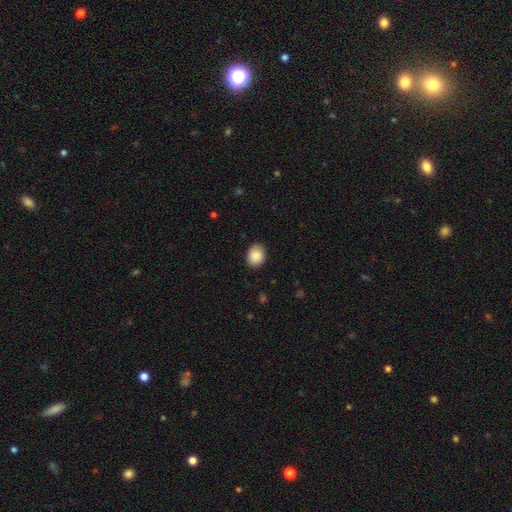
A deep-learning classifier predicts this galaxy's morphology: This appears to be a smooth galaxy with no disk features (90%) that is in between round and cigar-shaped (52%). Merging: none (87%).